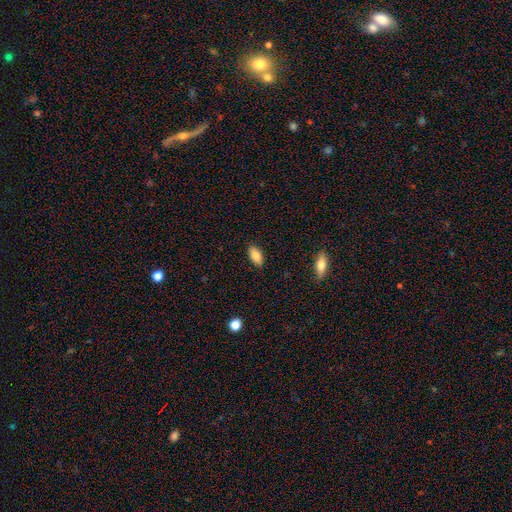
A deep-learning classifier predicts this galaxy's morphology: Q: Smooth or featured?
A: smooth (87%); runner-up: star or artifact (7%)
Q: How rounded?
A: in between (91%); runner-up: cigar-shaped (6%)
Q: Merging?
A: none (87%); runner-up: minor disturbance (10%)